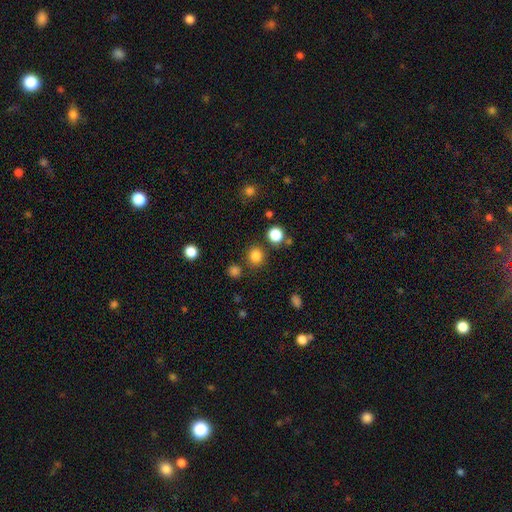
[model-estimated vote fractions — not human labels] smooth_or_featured: smooth (p=0.82) [alt: star or artifact p=0.14]
how_rounded: round (p=0.88) [alt: in between p=0.11]
merging: none (p=0.84) [alt: minor disturbance p=0.07]